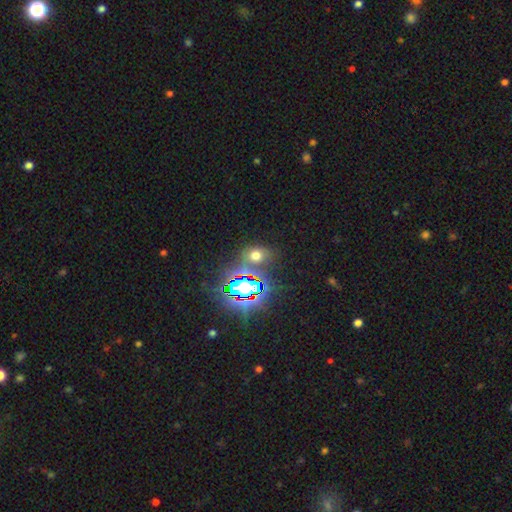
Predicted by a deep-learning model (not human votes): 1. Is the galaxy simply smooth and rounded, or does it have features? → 48% smooth, 42% star or artifact, 10% featured or disk.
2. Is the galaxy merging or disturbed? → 71% none, 13% minor disturbance, 9% merger, 7% major disturbance.